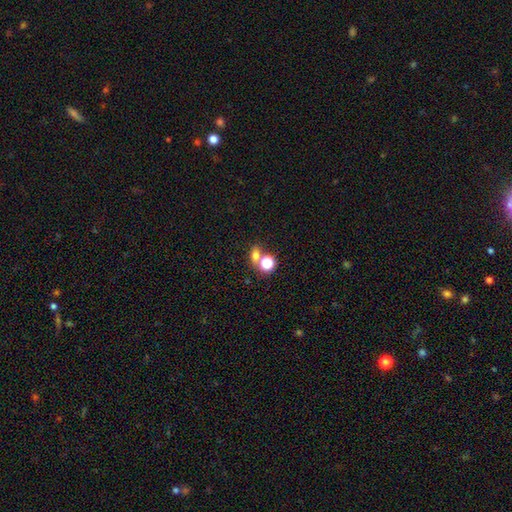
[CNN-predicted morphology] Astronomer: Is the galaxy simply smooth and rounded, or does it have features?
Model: smooth — 66%.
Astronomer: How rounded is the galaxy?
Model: round — 54% (runner-up: in between, 44%).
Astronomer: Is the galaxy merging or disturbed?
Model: none — 52% (runner-up: merger, 35%).